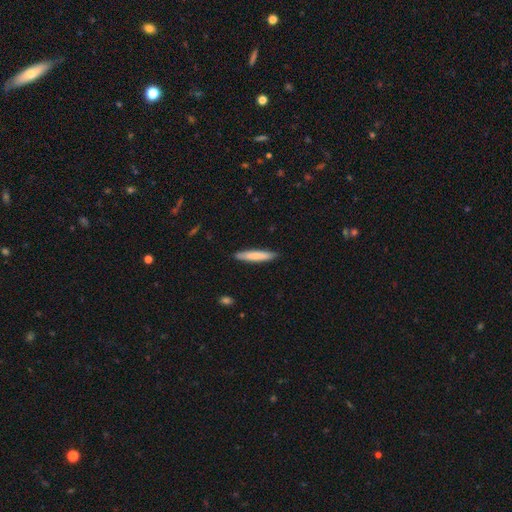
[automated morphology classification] smooth_or_featured: smooth (p=0.77) [alt: featured or disk p=0.18]
how_rounded: cigar-shaped (p=0.91) [alt: in between p=0.07]
merging: none (p=0.89) [alt: minor disturbance p=0.08]